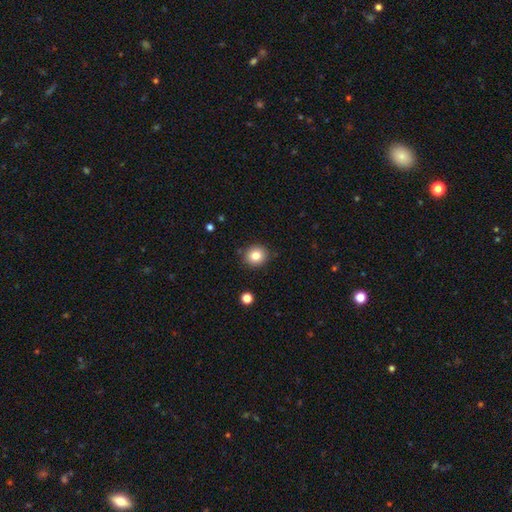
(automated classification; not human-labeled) Smooth or featured?
  - smooth: 82% *
  - star or artifact: 10%
  - featured or disk: 8%
How rounded?
  - round: 86% *
  - in between: 14%
  - cigar-shaped: 1%
Merging?
  - none: 88% *
  - minor disturbance: 8%
  - major disturbance: 2%
  - merger: 2%